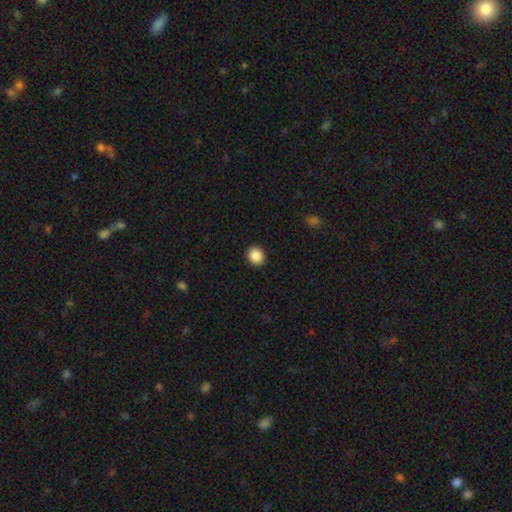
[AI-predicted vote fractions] Morphology: type=smooth (88%); roundness=round (79%); merging=none (91%).